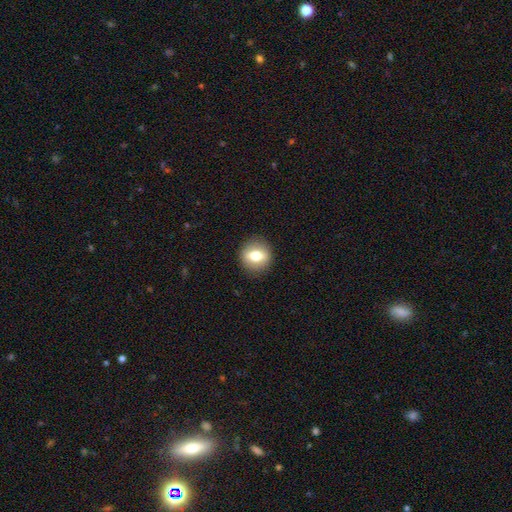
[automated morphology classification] A smooth galaxy with no disk features (62%) that is round (78%).

Vote fractions:
- Smooth or featured? smooth: 62% / featured or disk: 29% / star or artifact: 9%
- How rounded? round: 78% / in between: 21% / cigar-shaped: 2%
- Merging? none: 89% / minor disturbance: 7% / major disturbance: 2% / merger: 1%